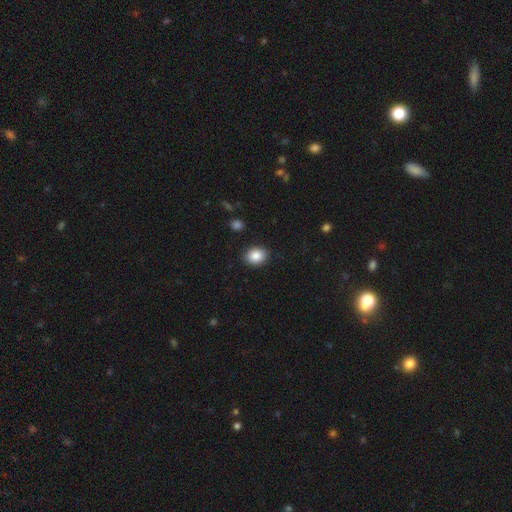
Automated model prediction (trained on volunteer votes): This appears to be a smooth galaxy with no disk features (87%) that is in between round and cigar-shaped (51%). Merging: none (89%).